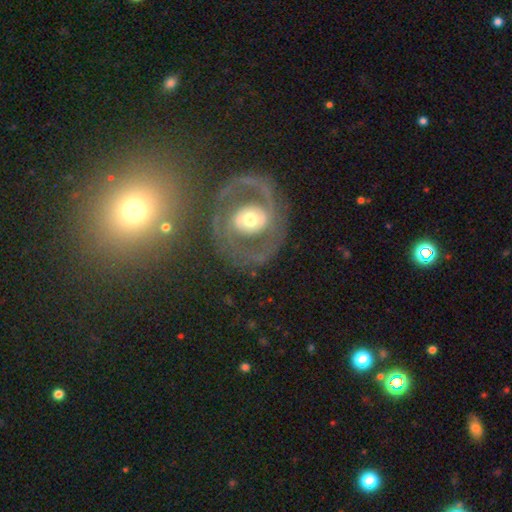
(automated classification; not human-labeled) This appears to be a featured or disk galaxy (76%) with no bar (55%), spiral arms (61%) and a moderate central bulge (64%). Merging: none (71%).